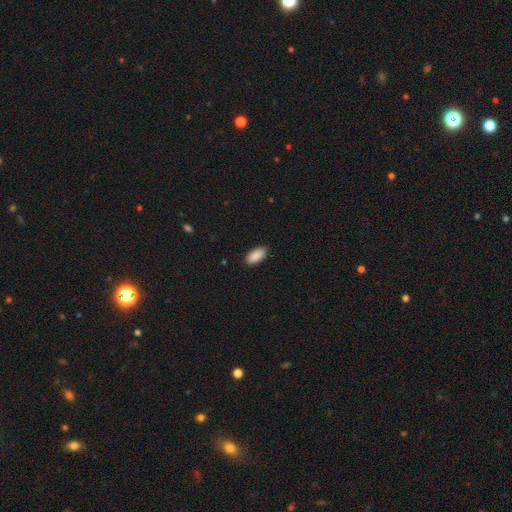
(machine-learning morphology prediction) smooth-or-featured: smooth: 90% | star or artifact: 6% | featured or disk: 3%
  how-rounded: in between: 92% | cigar-shaped: 7% | round: 2%
  merging: none: 87% | minor disturbance: 10% | major disturbance: 2% | merger: 1%